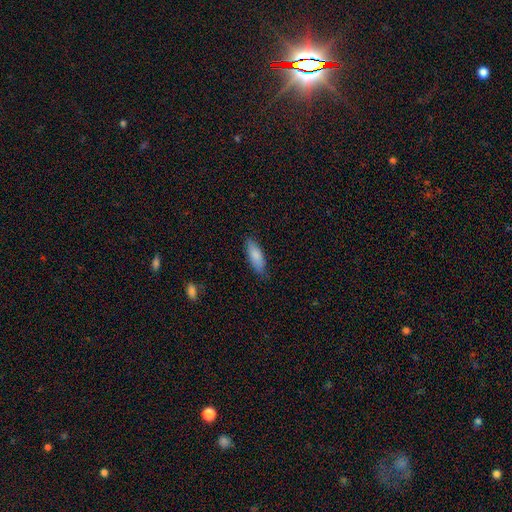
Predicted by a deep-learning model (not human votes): Smooth or featured? Predicted: smooth (p=0.84). How rounded? Predicted: in between (p=0.66). Merging? Predicted: none (p=0.79).